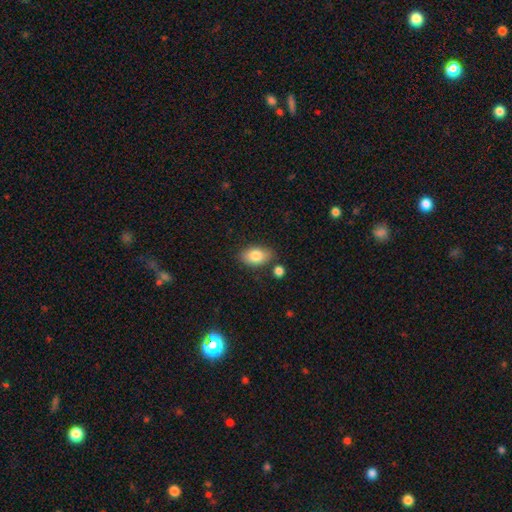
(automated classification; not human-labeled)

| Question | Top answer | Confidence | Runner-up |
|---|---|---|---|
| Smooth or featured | smooth | 83% | featured or disk (10%) |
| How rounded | in between | 89% | round (9%) |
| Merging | none | 78% | minor disturbance (13%) |